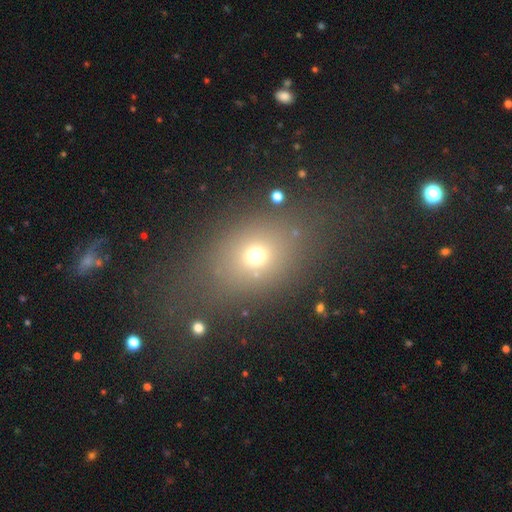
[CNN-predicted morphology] A smooth galaxy with no disk features (68%) that is in between round and cigar-shaped (55%). Merging: none (72%).